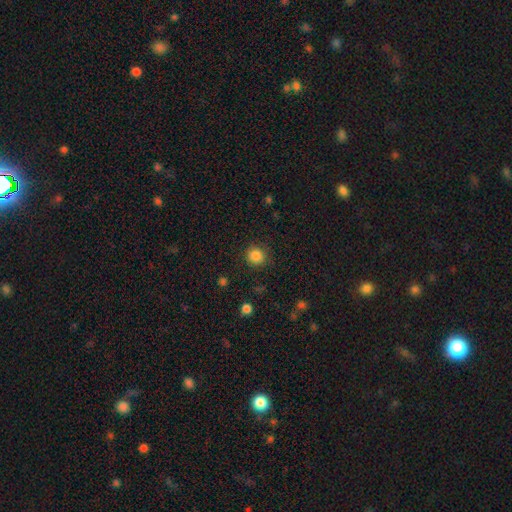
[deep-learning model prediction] Smooth or featured? Predicted: smooth (p=0.84). How rounded? Predicted: round (p=0.92). Merging? Predicted: none (p=0.89).